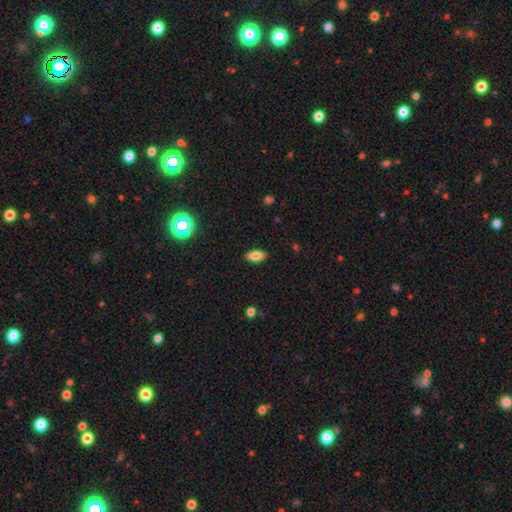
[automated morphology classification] This is clearly a smooth galaxy (82%). How rounded: clearly in between (88%). Merging: clearly none (88%).